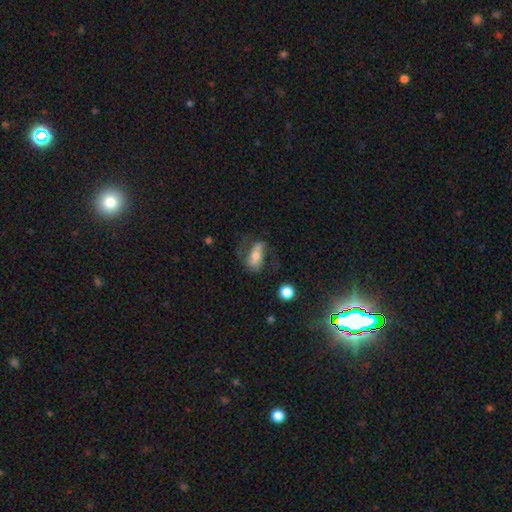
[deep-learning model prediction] Overall: featured or disk (51%; smooth 41%). Edge-on disk: no (86%). Merging: none (49%; major disturbance 25%).